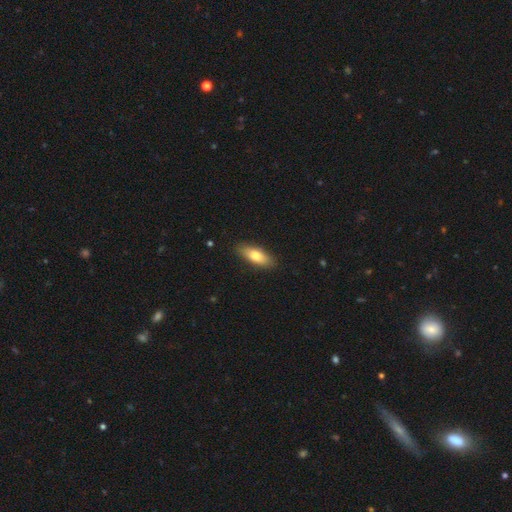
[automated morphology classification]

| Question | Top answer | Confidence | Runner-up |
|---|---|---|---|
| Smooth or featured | smooth | 77% | featured or disk (17%) |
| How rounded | in between | 68% | cigar-shaped (29%) |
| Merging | none | 87% | minor disturbance (10%) |